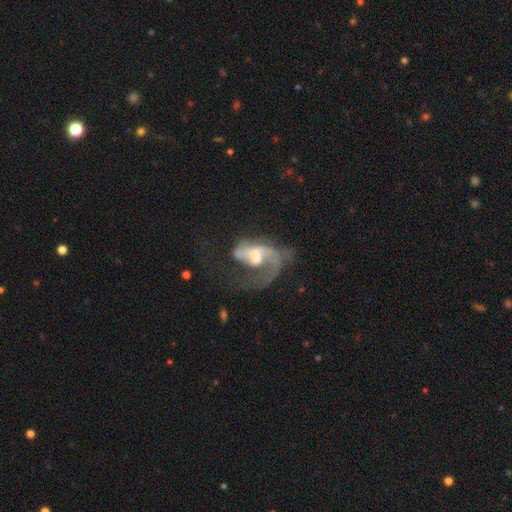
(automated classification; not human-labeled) The model was most divided on "bar": no: 45%, weak: 43%, strong: 12%. Remaining: edge-on disk — no (97%); spiral arms — yes (87%); smooth or featured — featured or disk (80%); spiral arm count — 1 (62%); bulge size — moderate (57%); merging — major disturbance (50%); spiral winding — loose (50%).